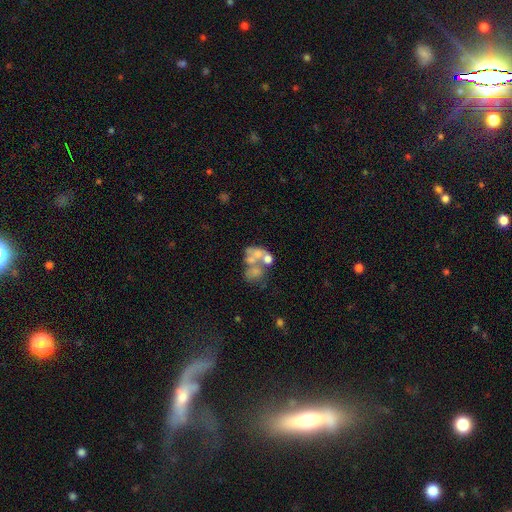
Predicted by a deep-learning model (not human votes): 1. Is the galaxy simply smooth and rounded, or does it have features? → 49% featured or disk, 35% smooth, 15% star or artifact.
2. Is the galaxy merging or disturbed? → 54% merger, 20% none, 17% major disturbance, 9% minor disturbance.